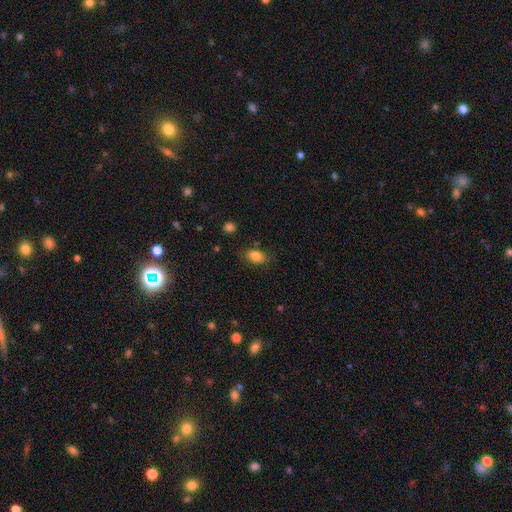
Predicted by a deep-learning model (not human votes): Smooth or featured? smooth (84%)
How rounded? in between (86%)
Merging? none (79%)